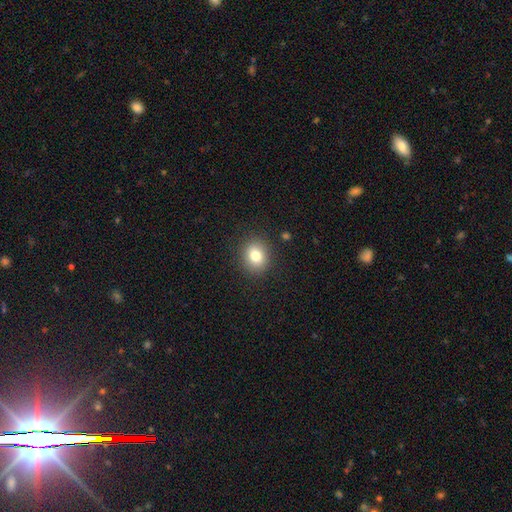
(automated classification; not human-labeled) Smooth or featured?
  - smooth: 80% *
  - star or artifact: 11%
  - featured or disk: 9%
How rounded?
  - round: 69% *
  - in between: 30%
  - cigar-shaped: 1%
Merging?
  - none: 88% *
  - minor disturbance: 8%
  - major disturbance: 3%
  - merger: 1%